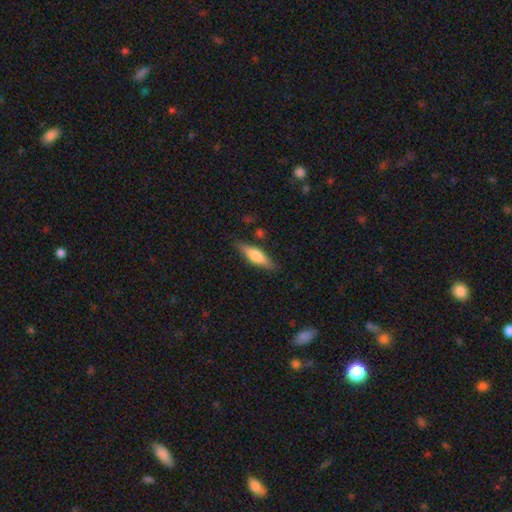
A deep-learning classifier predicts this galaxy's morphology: A smooth galaxy with no disk features (56%) that is cigar-shaped (64%).

Vote fractions:
- Smooth or featured? smooth: 56% / featured or disk: 38% / star or artifact: 6%
- How rounded? cigar-shaped: 64% / in between: 33% / round: 2%
- Merging? none: 83% / minor disturbance: 12% / major disturbance: 3% / merger: 2%